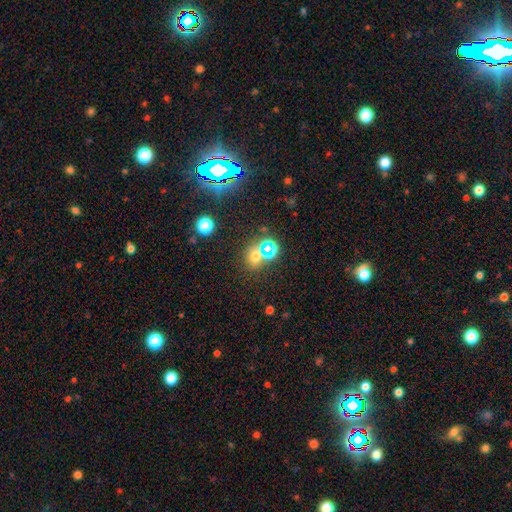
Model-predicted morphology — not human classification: type=smooth (55%); roundness=round (68%); merging=none (59%).